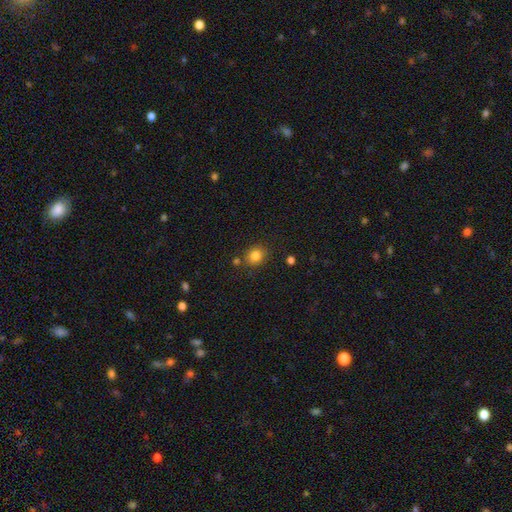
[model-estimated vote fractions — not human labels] smooth-or-featured: smooth: 83% | star or artifact: 11% | featured or disk: 6%
  how-rounded: round: 65% | in between: 34% | cigar-shaped: 1%
  merging: none: 79% | minor disturbance: 11% | merger: 6% | major disturbance: 3%